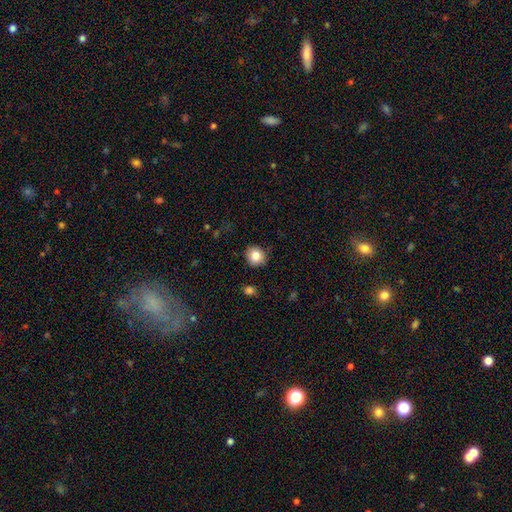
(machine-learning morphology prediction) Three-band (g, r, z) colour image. It shows a smooth galaxy with no disk features (83%) that is round (90%). Merging: none (89%).